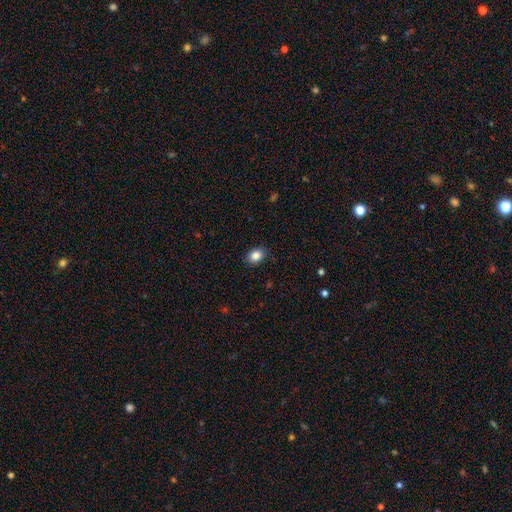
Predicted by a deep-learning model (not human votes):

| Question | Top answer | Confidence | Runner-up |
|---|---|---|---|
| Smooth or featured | smooth | 86% | star or artifact (9%) |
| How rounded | in between | 67% | round (32%) |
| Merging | none | 88% | minor disturbance (9%) |